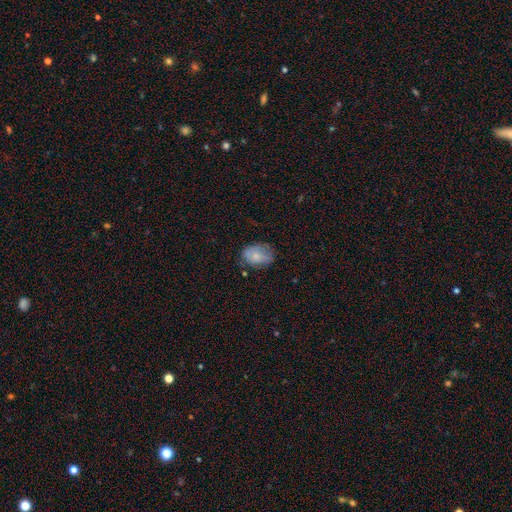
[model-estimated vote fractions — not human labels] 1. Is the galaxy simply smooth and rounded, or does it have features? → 72% smooth, 20% featured or disk, 8% star or artifact.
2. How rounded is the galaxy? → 80% in between, 19% round, 1% cigar-shaped.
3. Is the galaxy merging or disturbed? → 59% none, 28% minor disturbance, 10% major disturbance, 2% merger.